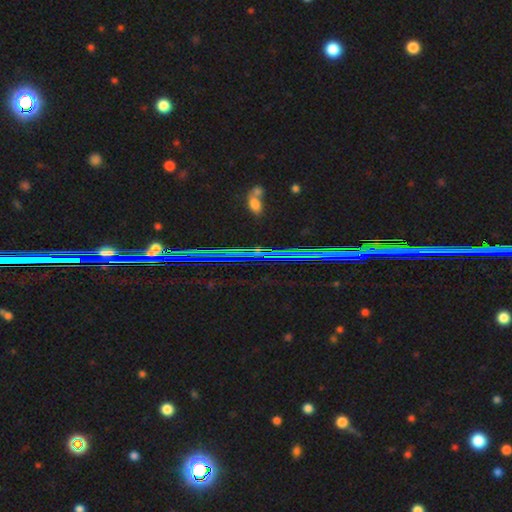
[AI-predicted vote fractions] Q: Smooth or featured?
A: star or artifact (85%); runner-up: featured or disk (9%)